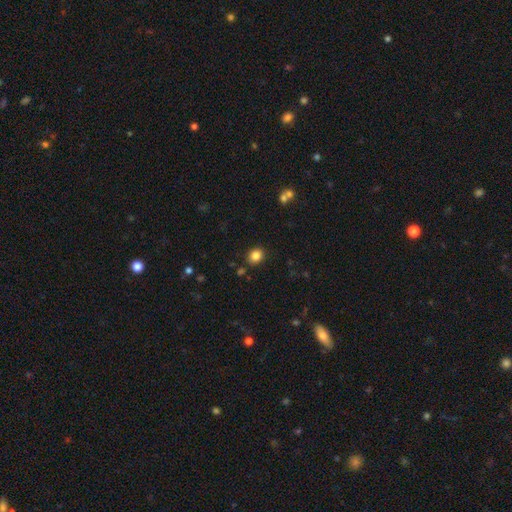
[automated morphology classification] This is clearly a smooth galaxy (84%). How rounded: likely round (65%). Merging: clearly none (87%).